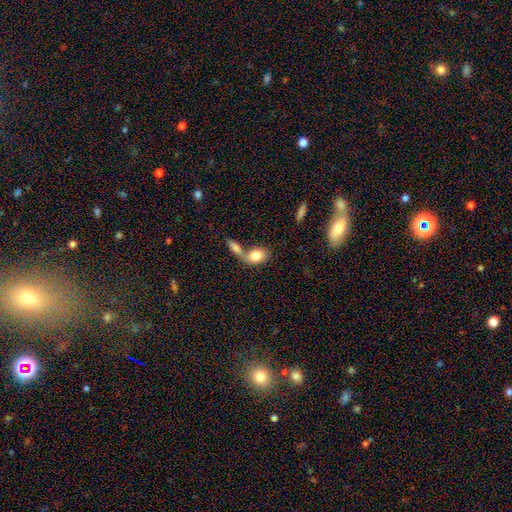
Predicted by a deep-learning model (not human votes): Smooth or featured? Predicted: smooth (p=0.80). How rounded? Predicted: in between (p=0.81). Merging? Predicted: merger (p=0.57).